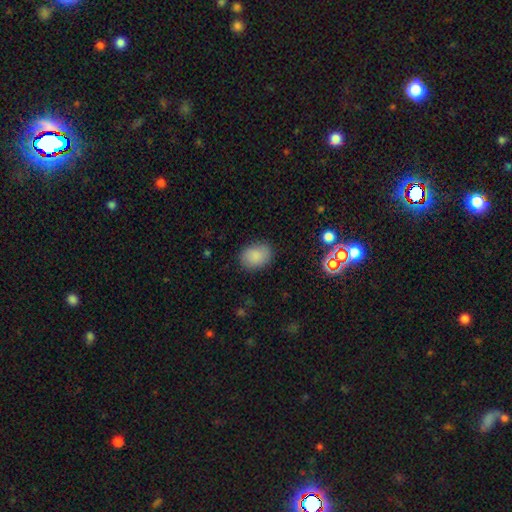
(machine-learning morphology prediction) Smooth or featured: smooth — 87% (star or artifact — 8%)
How rounded: in between — 64% (round — 35%)
Merging: none — 83% (minor disturbance — 12%)